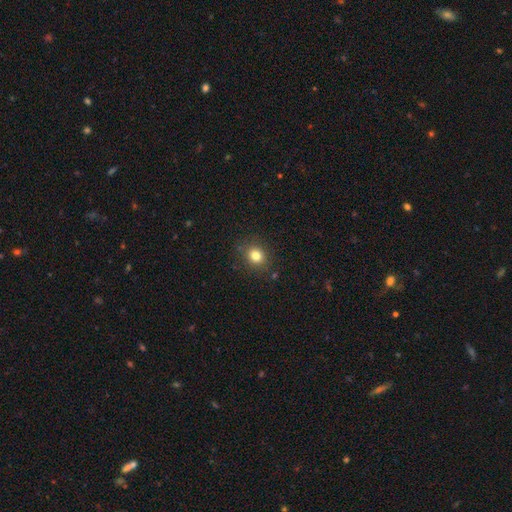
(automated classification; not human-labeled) Smooth or featured: smooth — 81% (star or artifact — 13%)
How rounded: round — 78% (in between — 21%)
Merging: none — 87% (minor disturbance — 9%)